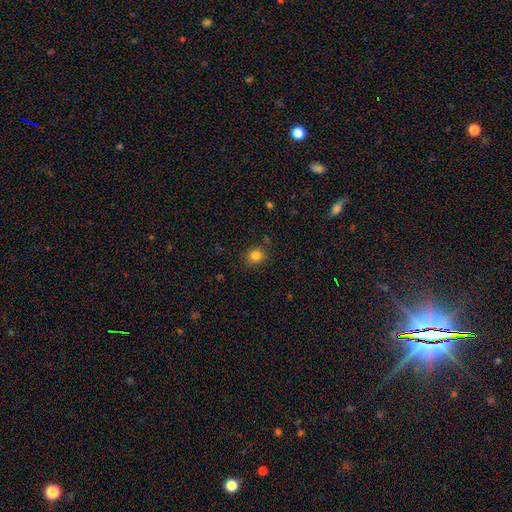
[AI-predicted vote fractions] Smooth or featured?
  - smooth: 83% *
  - star or artifact: 12%
  - featured or disk: 5%
How rounded?
  - round: 80% *
  - in between: 19%
  - cigar-shaped: 1%
Merging?
  - none: 86% *
  - minor disturbance: 9%
  - major disturbance: 3%
  - merger: 2%